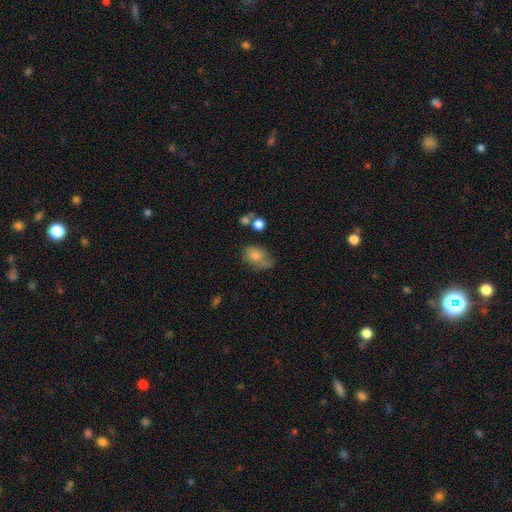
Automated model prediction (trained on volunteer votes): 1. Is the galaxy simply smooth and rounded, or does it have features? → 76% smooth, 15% featured or disk, 9% star or artifact.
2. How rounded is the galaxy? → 76% in between, 22% round, 1% cigar-shaped.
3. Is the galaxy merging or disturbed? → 41% none, 31% minor disturbance, 17% major disturbance, 11% merger.